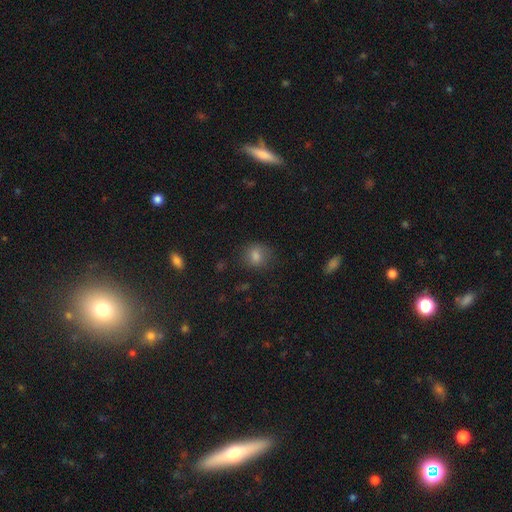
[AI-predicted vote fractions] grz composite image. It shows a smooth galaxy with no disk features (76%) that is round (63%). Merging: none (77%).